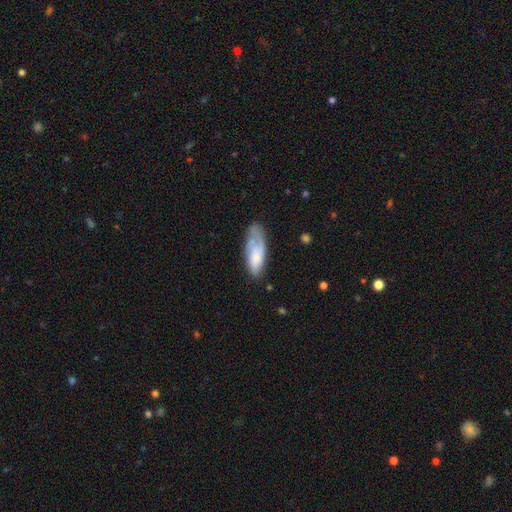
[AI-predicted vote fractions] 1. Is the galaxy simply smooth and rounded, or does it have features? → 60% smooth, 33% featured or disk, 7% star or artifact.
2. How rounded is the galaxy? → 69% in between, 29% cigar-shaped, 2% round.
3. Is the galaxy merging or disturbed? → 49% none, 30% minor disturbance, 16% major disturbance, 5% merger.